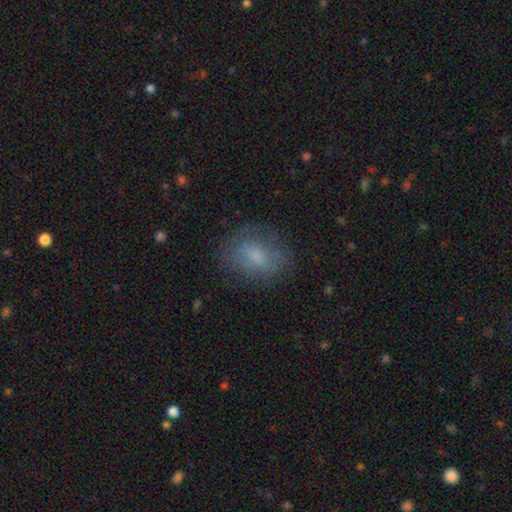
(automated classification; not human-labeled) Morphology: type=smooth (65%); roundness=in between (66%); merging=none (70%).